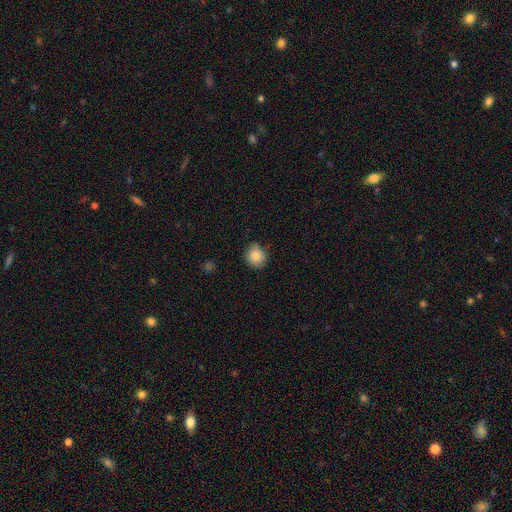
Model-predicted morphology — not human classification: Smooth or featured? smooth (86%)
How rounded? round (81%)
Merging? none (79%)